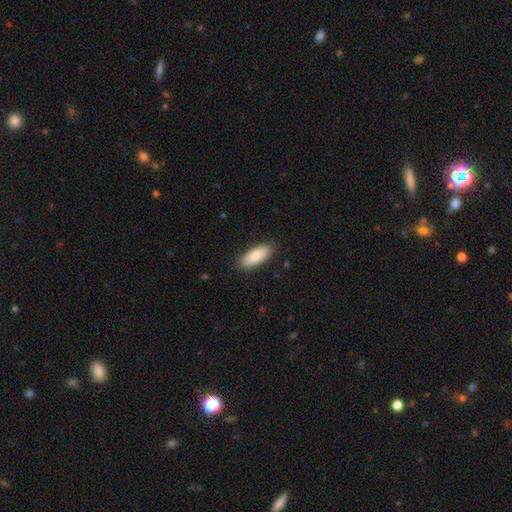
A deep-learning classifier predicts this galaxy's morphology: Smooth or featured? smooth (87%)
How rounded? in between (77%)
Merging? none (87%)